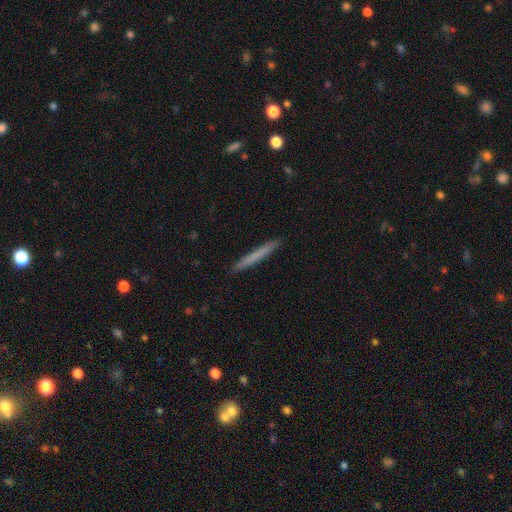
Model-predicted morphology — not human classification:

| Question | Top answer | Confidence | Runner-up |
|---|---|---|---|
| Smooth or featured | smooth | 71% | featured or disk (23%) |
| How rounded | cigar-shaped | 97% | in between (2%) |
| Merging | none | 92% | minor disturbance (6%) |